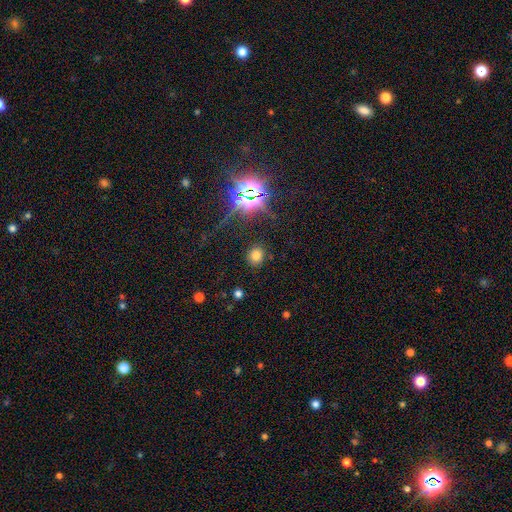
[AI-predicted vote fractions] A smooth galaxy with no disk features (67%) that is round (73%). Merging: none (87%).